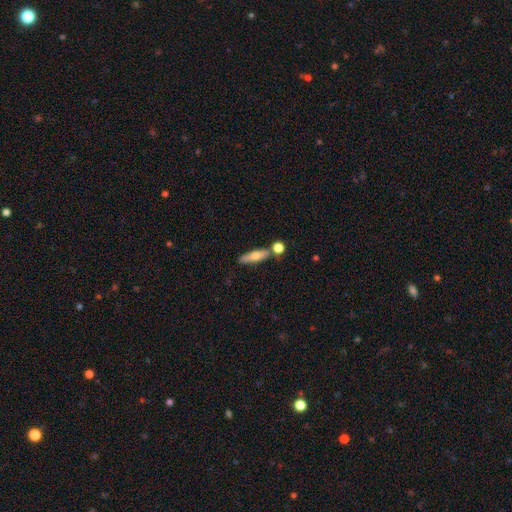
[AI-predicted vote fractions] The model was most divided on "smooth or featured": smooth: 61%, featured or disk: 32%, star or artifact: 7%. More confident: merging — none (68%); how rounded — cigar-shaped (65%).